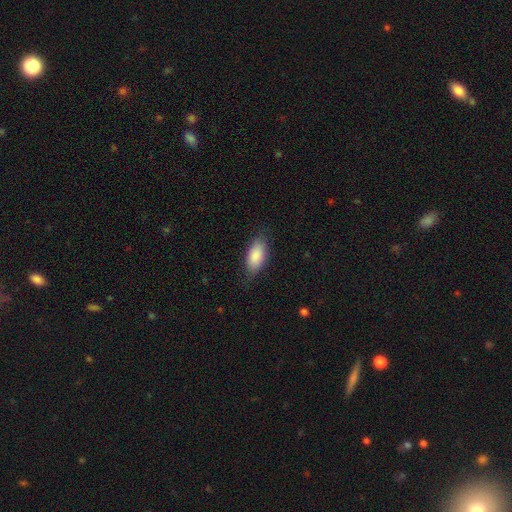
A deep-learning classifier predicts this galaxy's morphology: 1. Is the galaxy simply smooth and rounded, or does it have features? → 87% smooth, 7% featured or disk, 6% star or artifact.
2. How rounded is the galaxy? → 89% in between, 9% cigar-shaped, 2% round.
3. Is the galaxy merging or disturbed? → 79% none, 16% minor disturbance, 4% major disturbance, 1% merger.